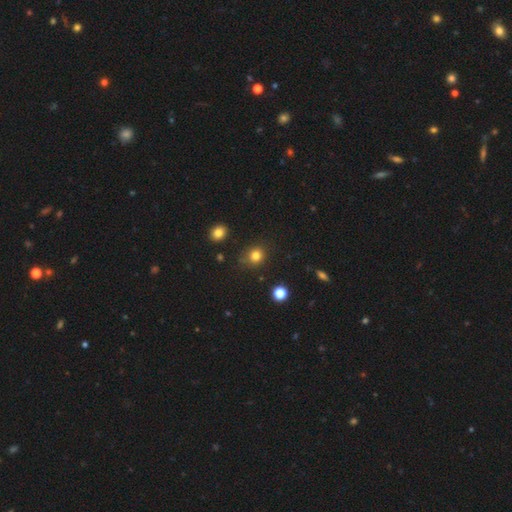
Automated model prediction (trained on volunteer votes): Q: Smooth or featured?
A: smooth (80%); runner-up: star or artifact (14%)
Q: How rounded?
A: round (82%); runner-up: in between (17%)
Q: Merging?
A: none (79%); runner-up: minor disturbance (14%)